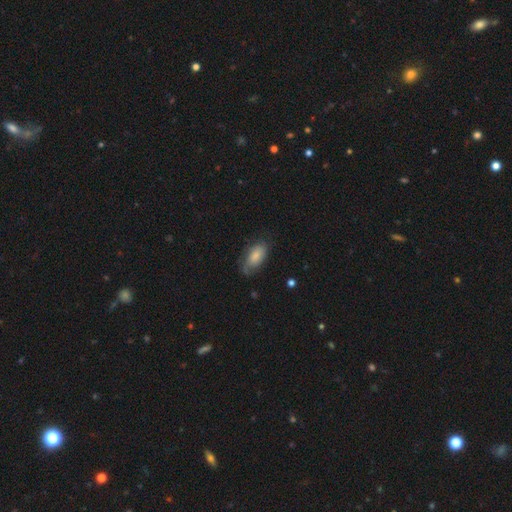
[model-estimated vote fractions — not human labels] A smooth galaxy with no disk features (69%) that is in between round and cigar-shaped (92%).

Vote fractions:
- Smooth or featured? smooth: 69% / featured or disk: 24% / star or artifact: 7%
- How rounded? in between: 92% / cigar-shaped: 5% / round: 4%
- Merging? none: 58% / minor disturbance: 29% / major disturbance: 11% / merger: 2%